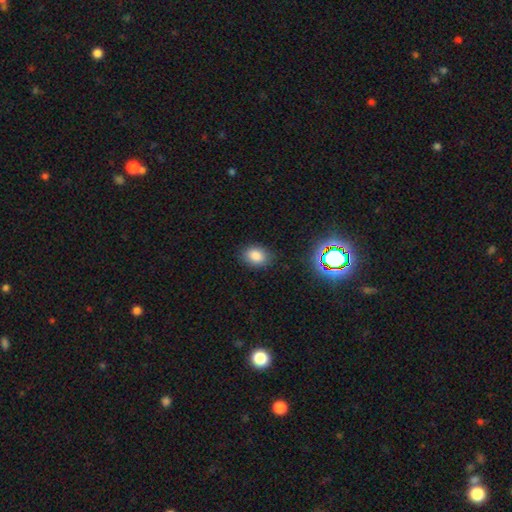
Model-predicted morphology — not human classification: Smooth or featured? smooth (83%)
How rounded? in between (68%)
Merging? none (84%)